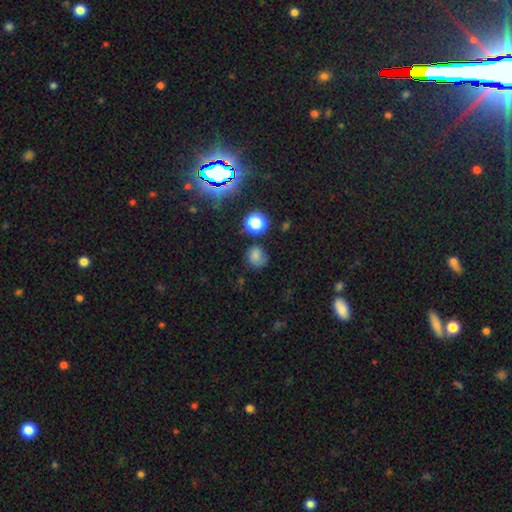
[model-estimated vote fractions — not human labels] Smooth or featured? smooth (69%)
How rounded? round (81%)
Merging? none (68%)